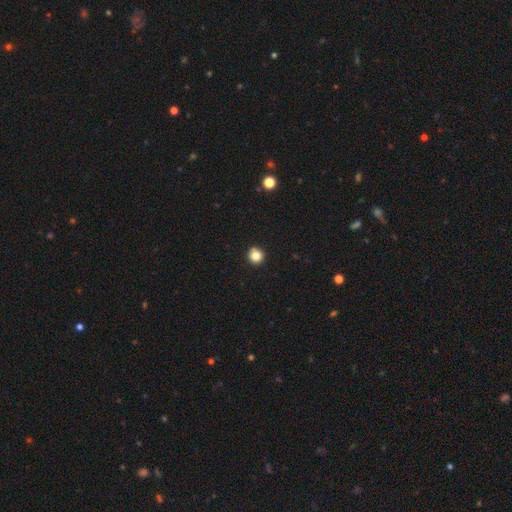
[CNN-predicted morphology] smooth-or-featured: smooth: 84% | star or artifact: 11% | featured or disk: 5%
  how-rounded: round: 94% | in between: 5% | cigar-shaped: 1%
  merging: none: 92% | minor disturbance: 5% | major disturbance: 1% | merger: 1%